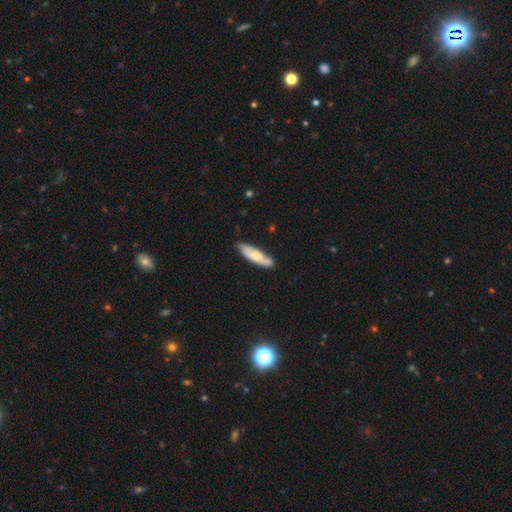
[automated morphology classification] Q: Smooth or featured?
A: smooth (58%); runner-up: featured or disk (37%)
Q: How rounded?
A: cigar-shaped (64%); runner-up: in between (35%)
Q: Merging?
A: none (67%); runner-up: minor disturbance (20%)